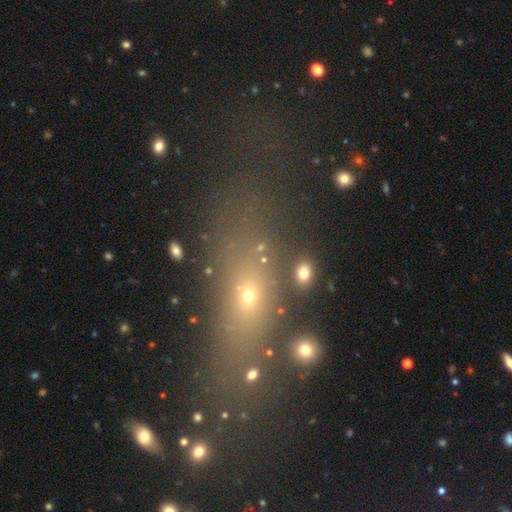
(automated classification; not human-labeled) Smooth or featured? Predicted: smooth (p=0.47). Merging? Predicted: none (p=0.62).